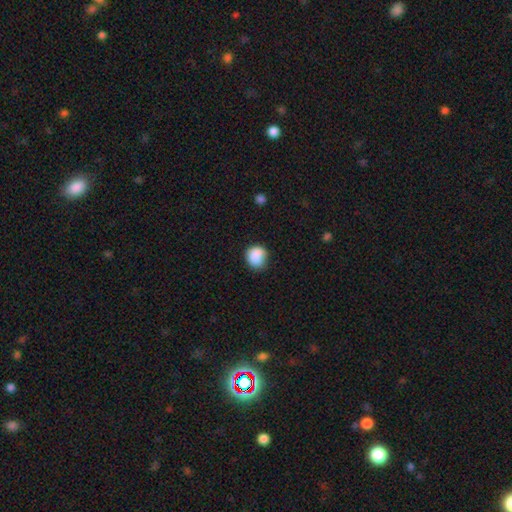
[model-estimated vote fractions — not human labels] Morphology: type=smooth (85%); roundness=round (78%); merging=none (64%).